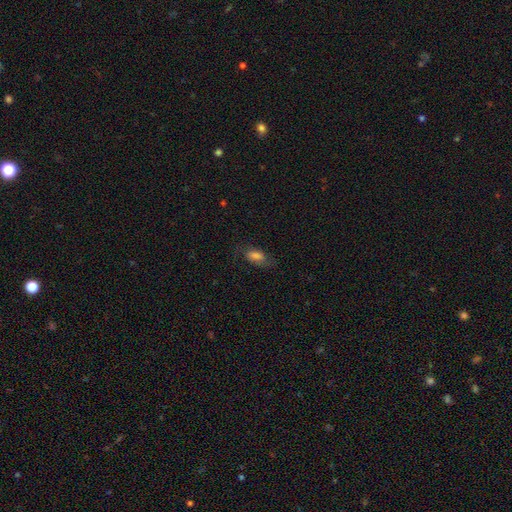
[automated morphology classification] smooth 66%, featured or disk 23%, star or artifact 11%. Down the decision tree: how rounded — in between (83%); merging — none (60%).